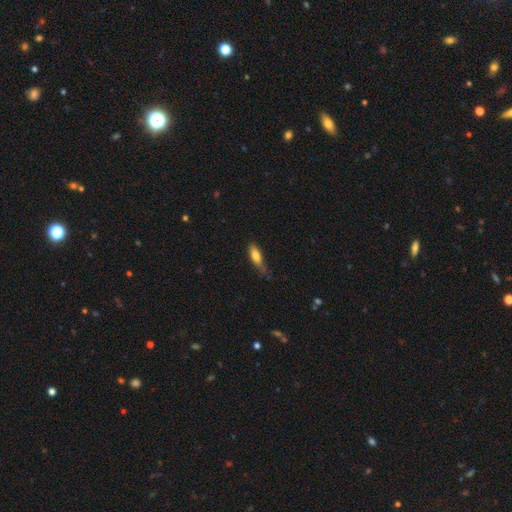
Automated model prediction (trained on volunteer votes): smooth-or-featured: smooth: 78% | featured or disk: 15% | star or artifact: 7%
  how-rounded: in between: 56% | cigar-shaped: 41% | round: 2%
  merging: none: 52% | minor disturbance: 36% | major disturbance: 10% | merger: 3%